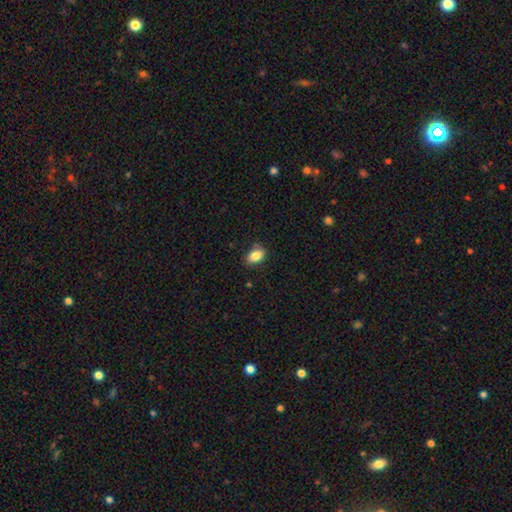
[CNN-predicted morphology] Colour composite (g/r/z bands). It shows a smooth galaxy with no disk features (85%) that is in between round and cigar-shaped (86%). Merging: none (77%).